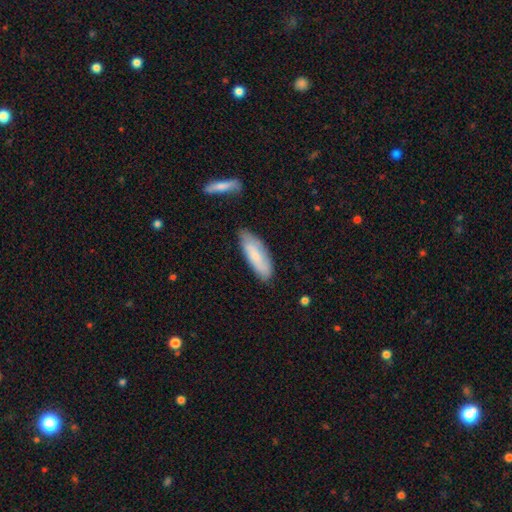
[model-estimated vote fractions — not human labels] This appears to be a smooth galaxy with no disk features (74%) that is in between round and cigar-shaped (60%). Merging: none (74%).